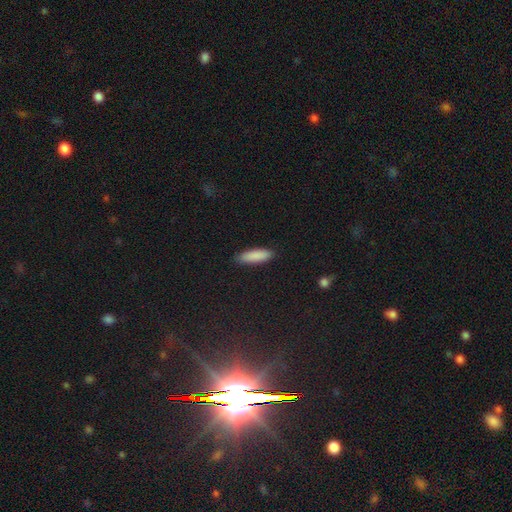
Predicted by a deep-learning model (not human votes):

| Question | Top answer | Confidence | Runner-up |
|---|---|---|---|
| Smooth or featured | smooth | 88% | star or artifact (6%) |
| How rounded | cigar-shaped | 52% | in between (47%) |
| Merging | none | 89% | minor disturbance (9%) |